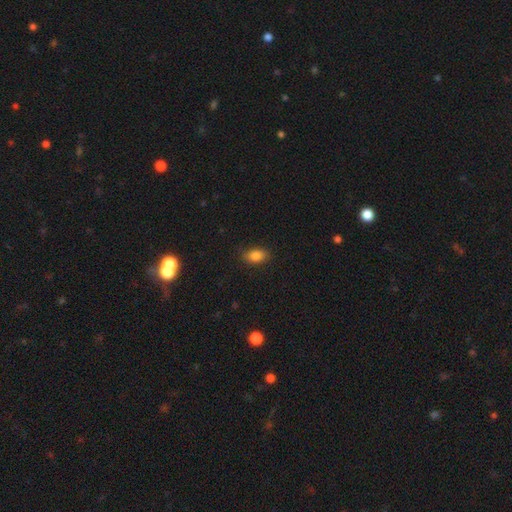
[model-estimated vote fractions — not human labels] Smooth or featured?
  - smooth: 85% *
  - star or artifact: 10%
  - featured or disk: 6%
How rounded?
  - in between: 87% *
  - round: 10%
  - cigar-shaped: 3%
Merging?
  - none: 85% *
  - minor disturbance: 11%
  - major disturbance: 3%
  - merger: 1%